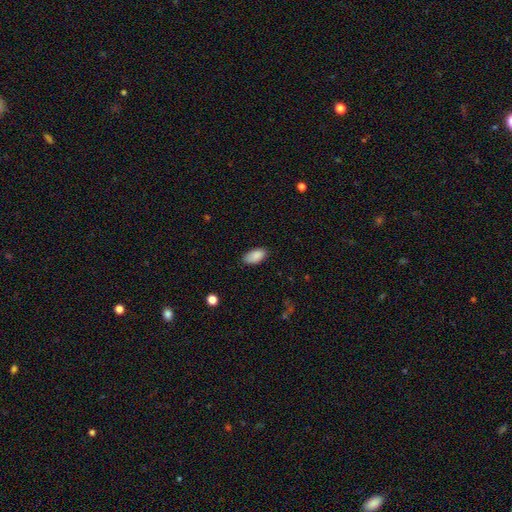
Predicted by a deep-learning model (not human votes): A smooth galaxy with no disk features (89%) that is in between round and cigar-shaped (94%). Merging: none (81%).